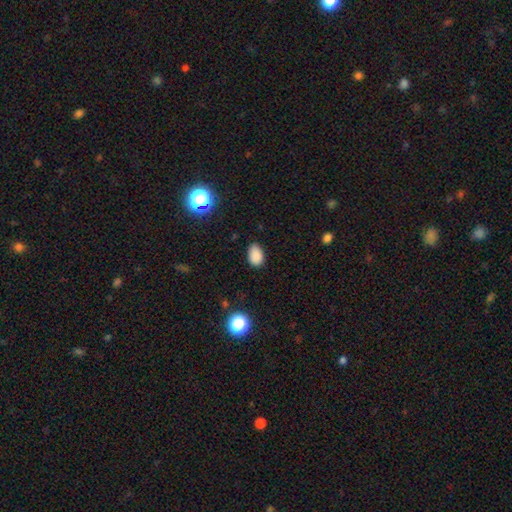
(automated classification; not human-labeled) This is clearly a smooth galaxy (85%). How rounded: clearly in between (87%). Merging: clearly none (80%).